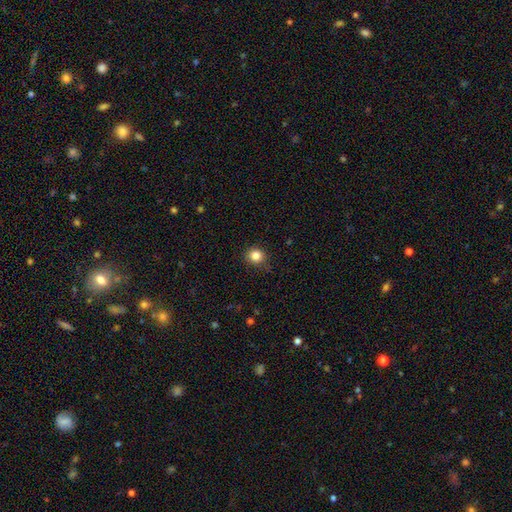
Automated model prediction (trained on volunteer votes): smooth 84%, star or artifact 11%, featured or disk 5%. Down the decision tree: how rounded — round (82%); merging — none (83%).